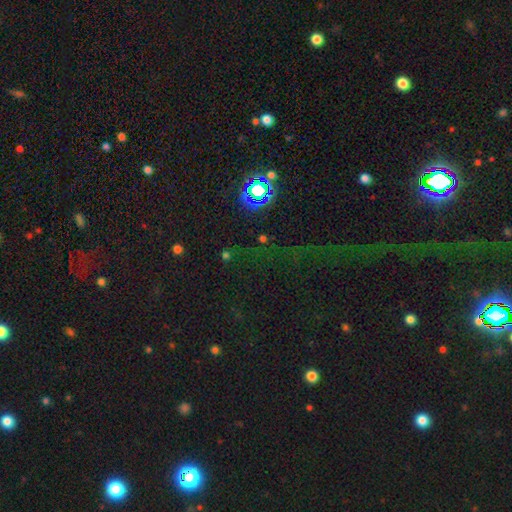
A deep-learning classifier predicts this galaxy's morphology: This appears to be a star or artifact, not a galaxy (74%).